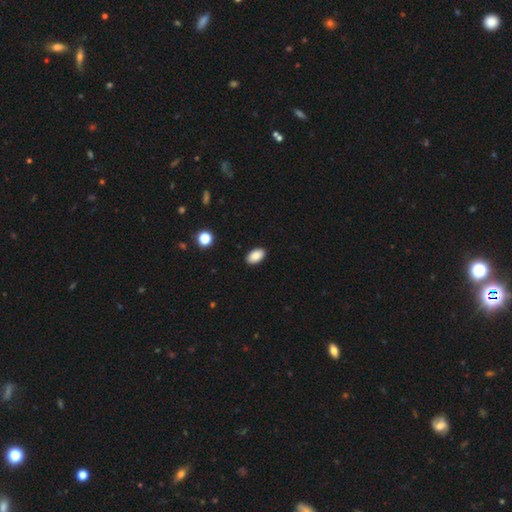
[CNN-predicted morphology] type=smooth (89%); roundness=in between (93%); merging=none (90%).